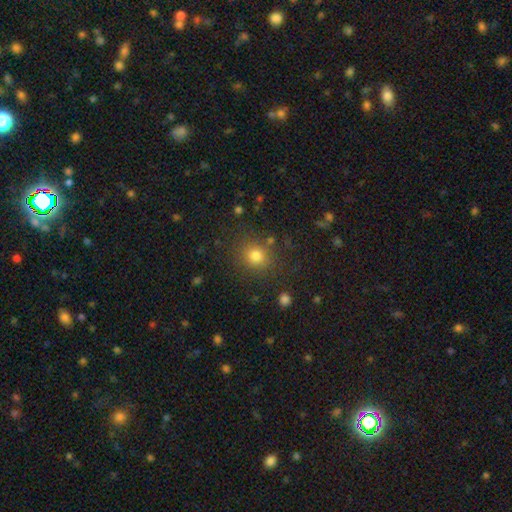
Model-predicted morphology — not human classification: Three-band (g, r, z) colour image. It shows a smooth galaxy with no disk features (79%) that is round (82%). Merging: none (81%).